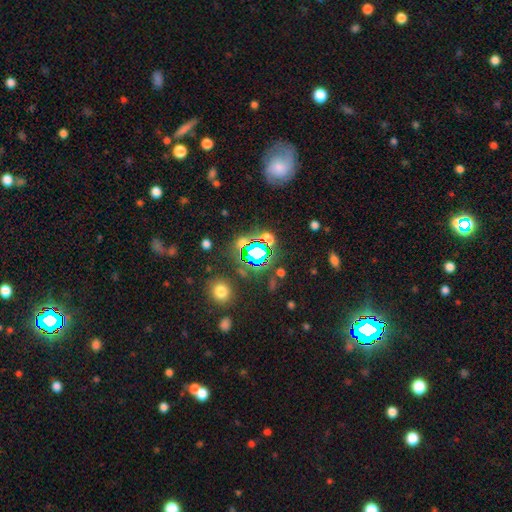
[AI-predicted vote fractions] A star or artifact, not a galaxy (69%).